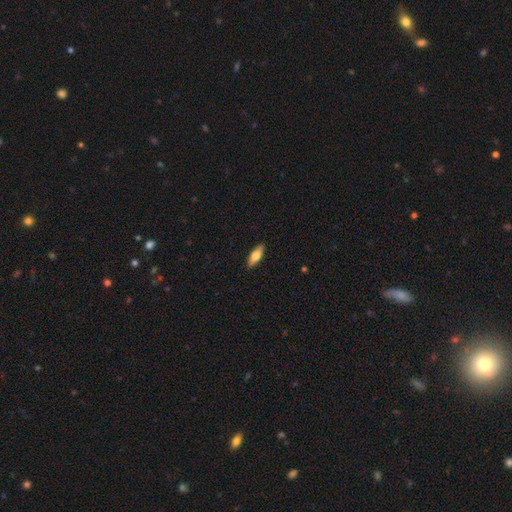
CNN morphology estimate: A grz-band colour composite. It shows a smooth galaxy with no disk features (70%) that is in between round and cigar-shaped (64%). Merging: none (89%).